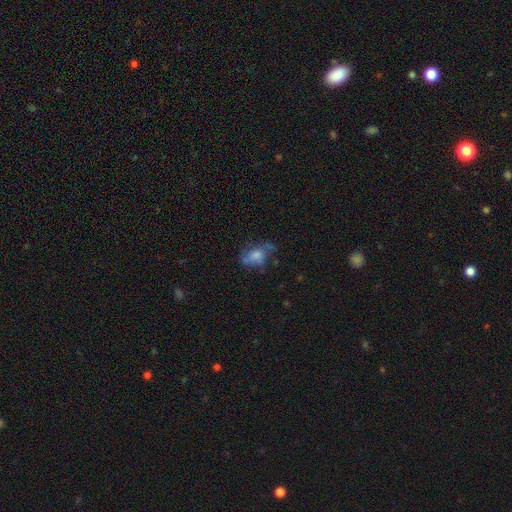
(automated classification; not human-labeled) smooth-or-featured: smooth: 52% | featured or disk: 36% | star or artifact: 12%
  how-rounded: in between: 77% | round: 20% | cigar-shaped: 3%
  merging: none: 42% | major disturbance: 29% | minor disturbance: 26% | merger: 4%